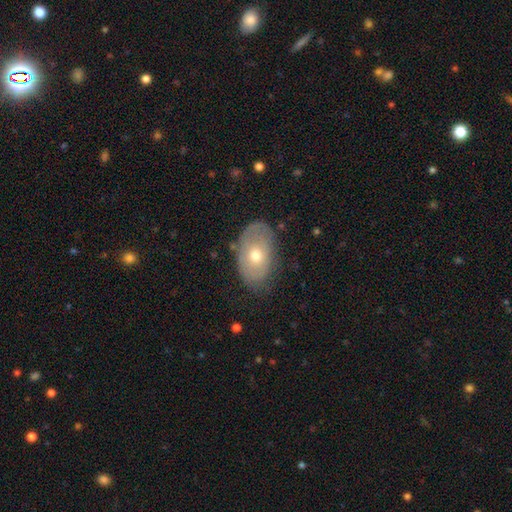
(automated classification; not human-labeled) Smooth or featured? Predicted: smooth (p=0.49). Merging? Predicted: none (p=0.73).